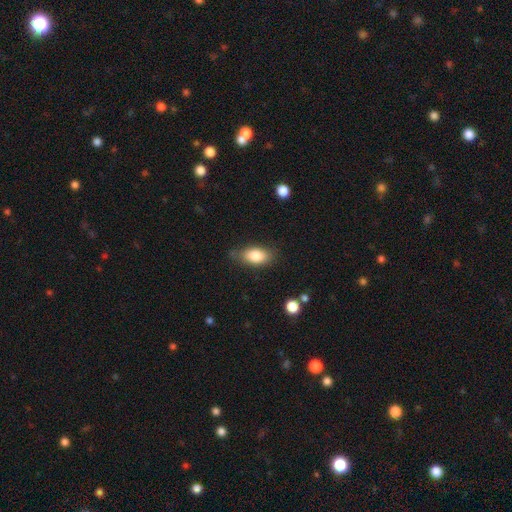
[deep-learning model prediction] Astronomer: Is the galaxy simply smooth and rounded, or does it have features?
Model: smooth — 83%.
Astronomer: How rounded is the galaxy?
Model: in between — 89%.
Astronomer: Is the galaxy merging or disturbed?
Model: none — 74%.